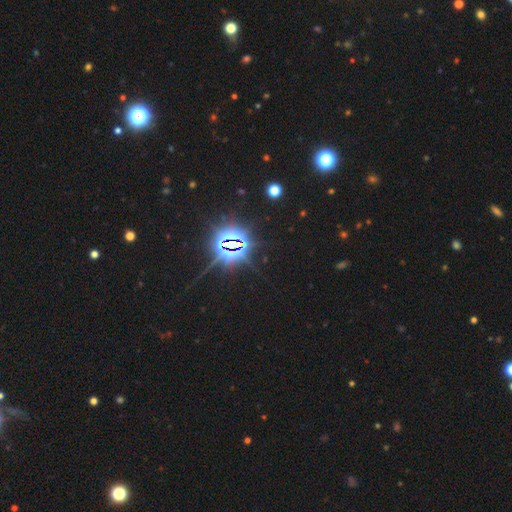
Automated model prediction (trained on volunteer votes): This appears to be a star or artifact, not a galaxy (84%).